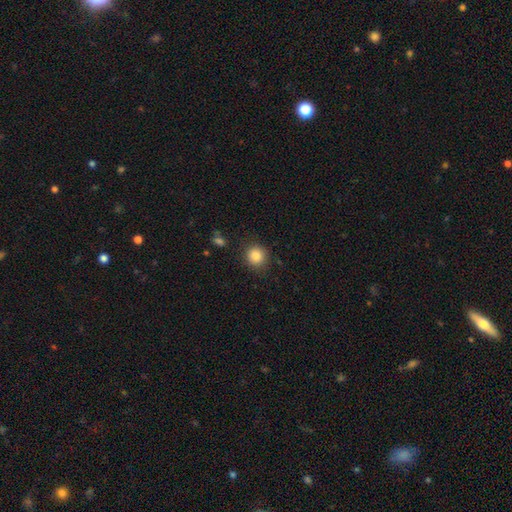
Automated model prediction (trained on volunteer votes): Smooth or featured: smooth — 86% (star or artifact — 10%)
How rounded: round — 88% (in between — 11%)
Merging: none — 86% (minor disturbance — 9%)